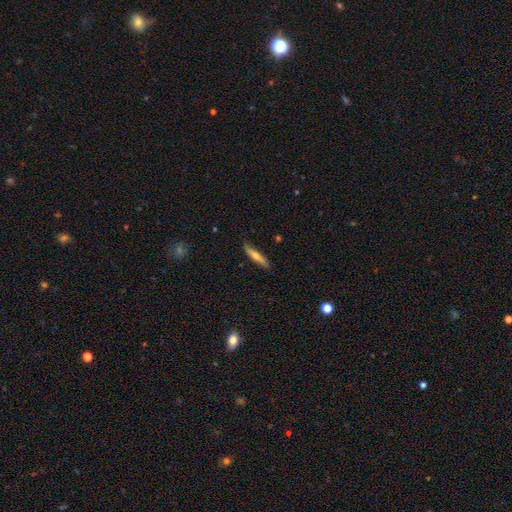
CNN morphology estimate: A smooth galaxy with no disk features (49%). Merging: none (85%).